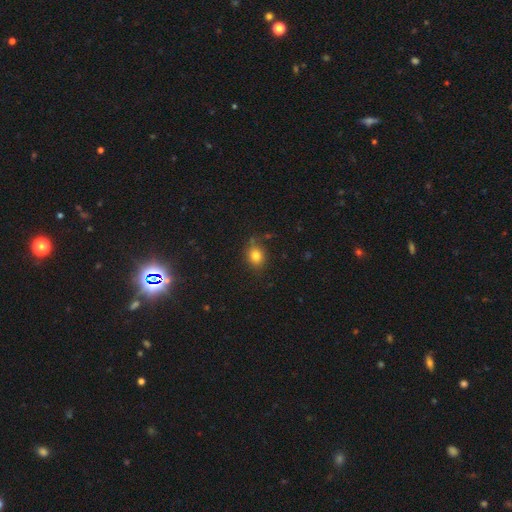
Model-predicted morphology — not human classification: This appears to be a smooth galaxy with no disk features (81%) that is round (61%). Merging: none (78%).